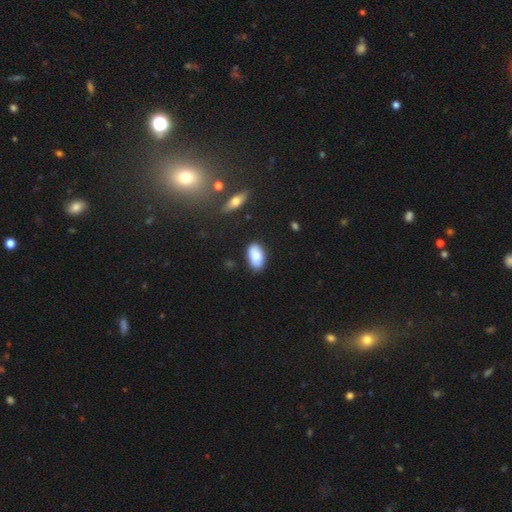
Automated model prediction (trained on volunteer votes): The model was most divided on "merging": none: 80%, minor disturbance: 15%, major disturbance: 3%, merger: 2%. More confident: how rounded — in between (94%); smooth or featured — smooth (86%).